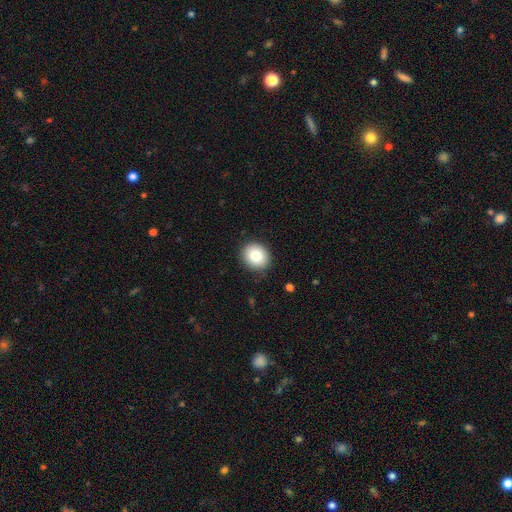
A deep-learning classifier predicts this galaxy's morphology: A smooth galaxy with no disk features (81%) that is round (77%). Merging: none (89%).